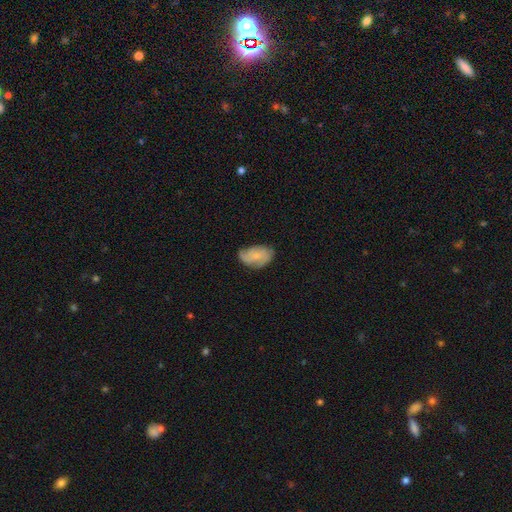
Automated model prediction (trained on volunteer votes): Morphology: type=featured or disk (51%); edge-on=no (97%); merging=none (57%).